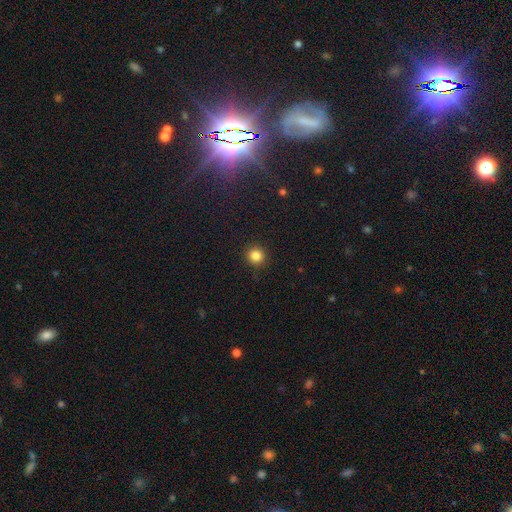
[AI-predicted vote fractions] The model was most divided on "smooth or featured": smooth: 84%, star or artifact: 12%, featured or disk: 4%. More confident: how rounded — round (93%); merging — none (92%).